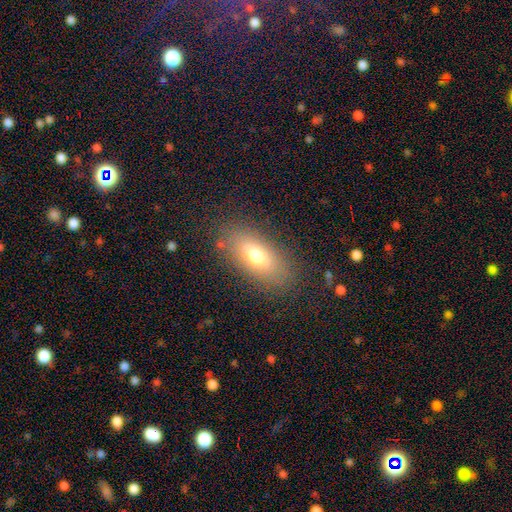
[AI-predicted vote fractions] This appears to be a smooth galaxy with no disk features (71%) that is in between round and cigar-shaped (82%). Merging: none (83%).